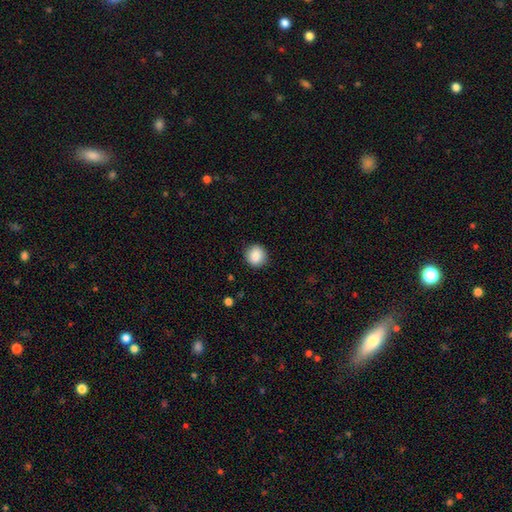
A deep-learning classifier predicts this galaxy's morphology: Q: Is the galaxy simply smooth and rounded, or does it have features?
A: smooth — 87%.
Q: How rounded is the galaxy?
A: round — 88%.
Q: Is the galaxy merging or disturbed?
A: none — 89%.